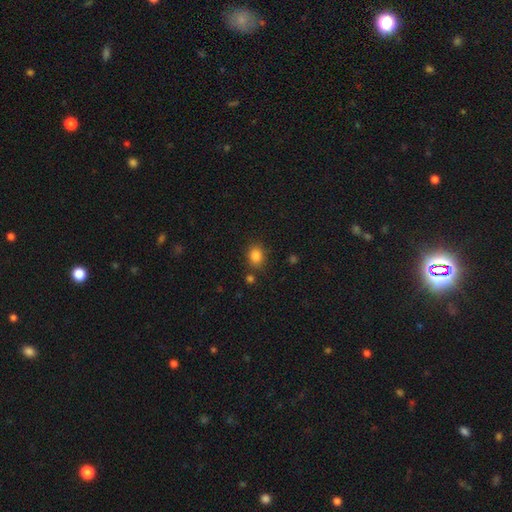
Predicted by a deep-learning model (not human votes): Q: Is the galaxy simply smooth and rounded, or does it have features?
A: smooth — 85%.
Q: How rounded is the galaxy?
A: round — 59%.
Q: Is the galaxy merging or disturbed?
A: none — 81%.